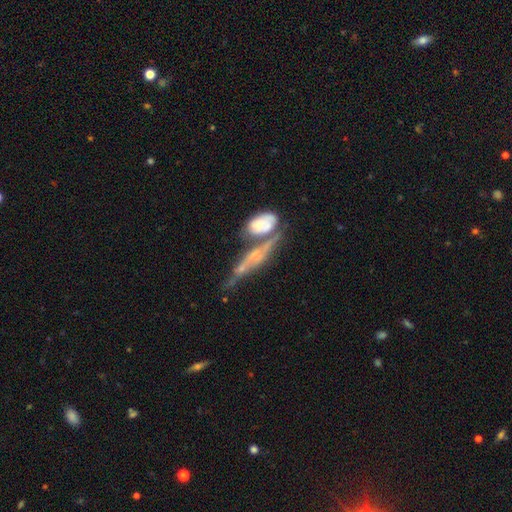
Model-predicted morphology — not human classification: type=featured or disk (64%); edge-on=yes (56%); merging=merger (50%).